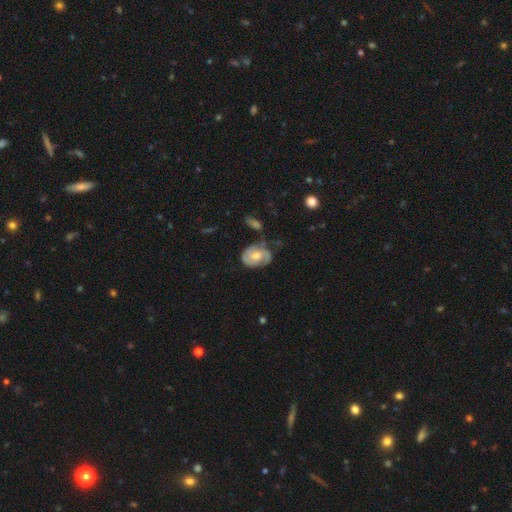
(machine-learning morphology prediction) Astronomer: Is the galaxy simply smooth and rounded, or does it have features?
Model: featured or disk — 75%.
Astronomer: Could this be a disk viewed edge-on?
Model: no — 97%.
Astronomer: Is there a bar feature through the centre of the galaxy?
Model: no — 67%.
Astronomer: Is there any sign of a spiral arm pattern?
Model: yes — 90%.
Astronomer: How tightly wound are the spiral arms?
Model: tight — 51% (runner-up: medium, 38%).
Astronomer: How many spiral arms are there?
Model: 2 — 69%.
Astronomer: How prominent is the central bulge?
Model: moderate — 63%.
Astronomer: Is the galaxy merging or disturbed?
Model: none — 62%.